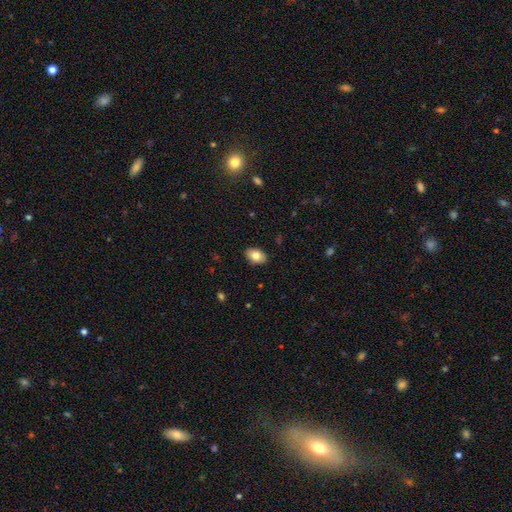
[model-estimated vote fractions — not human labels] Smooth or featured?
  - smooth: 81% *
  - featured or disk: 12%
  - star or artifact: 8%
How rounded?
  - in between: 85% *
  - round: 14%
  - cigar-shaped: 1%
Merging?
  - none: 88% *
  - minor disturbance: 9%
  - major disturbance: 2%
  - merger: 1%